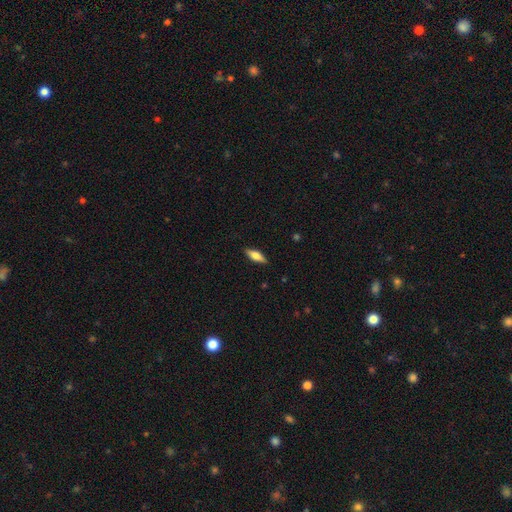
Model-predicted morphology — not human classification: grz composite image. It shows a smooth galaxy with no disk features (59%) that is in between round and cigar-shaped (55%). Merging: none (87%).